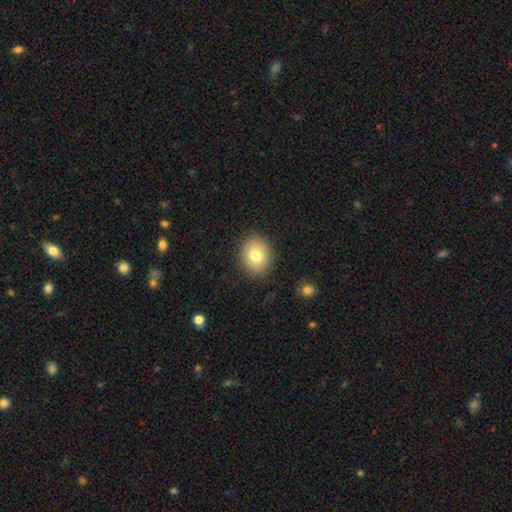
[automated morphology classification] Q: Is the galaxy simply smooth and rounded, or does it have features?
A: smooth — 78%.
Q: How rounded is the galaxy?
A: round — 61%.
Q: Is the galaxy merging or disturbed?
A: none — 88%.